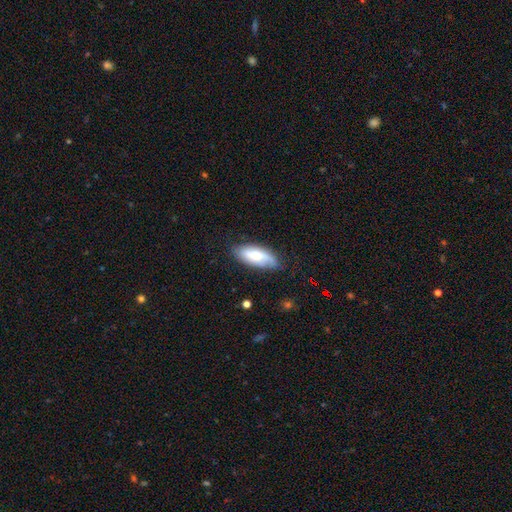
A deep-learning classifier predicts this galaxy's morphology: This is possibly a smooth galaxy (56%). How rounded: clearly in between (81%). Merging: likely none (74%).